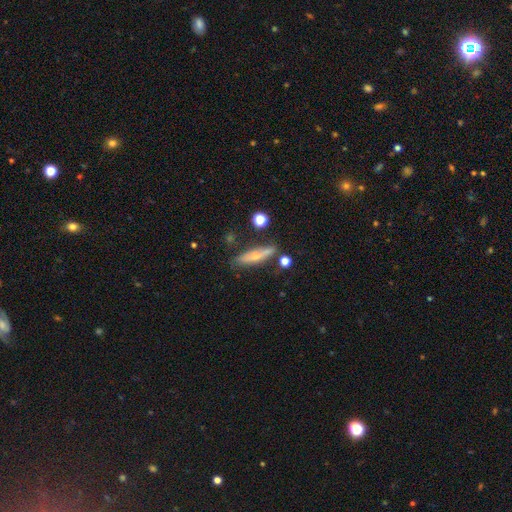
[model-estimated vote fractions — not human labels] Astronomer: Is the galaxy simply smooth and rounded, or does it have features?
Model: smooth — 48% (runner-up: featured or disk, 45%).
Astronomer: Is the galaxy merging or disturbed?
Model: none — 74%.